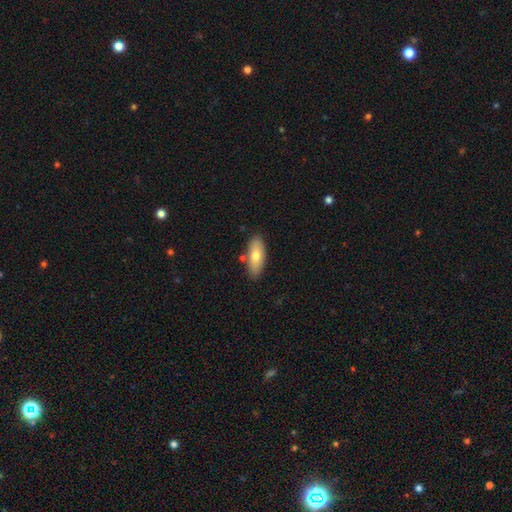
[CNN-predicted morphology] smooth_or_featured: smooth (p=0.74) [alt: featured or disk p=0.20]
how_rounded: in between (p=0.80) [alt: cigar-shaped p=0.17]
merging: none (p=0.81) [alt: minor disturbance p=0.12]